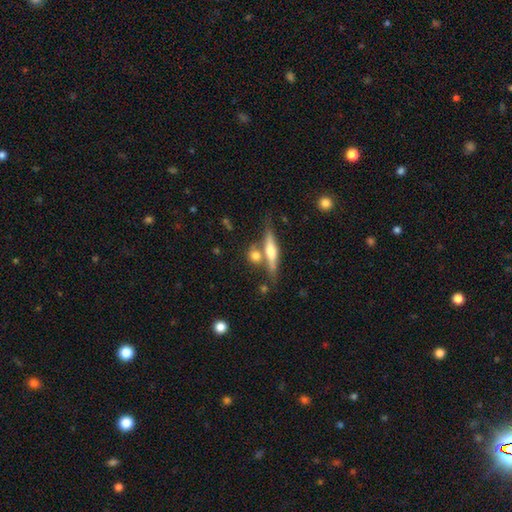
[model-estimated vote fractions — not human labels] This is possibly a smooth galaxy (51%). How rounded: possibly cigar-shaped (46%). Merging: likely none (61%).